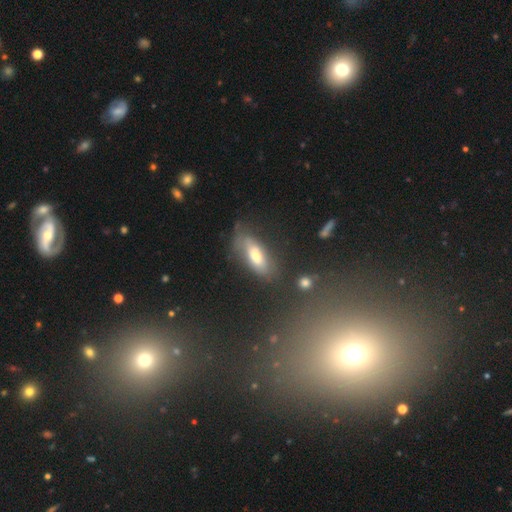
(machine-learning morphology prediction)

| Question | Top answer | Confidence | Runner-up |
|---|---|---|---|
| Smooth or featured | smooth | 57% | featured or disk (32%) |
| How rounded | in between | 72% | cigar-shaped (25%) |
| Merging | none | 61% | minor disturbance (25%) |